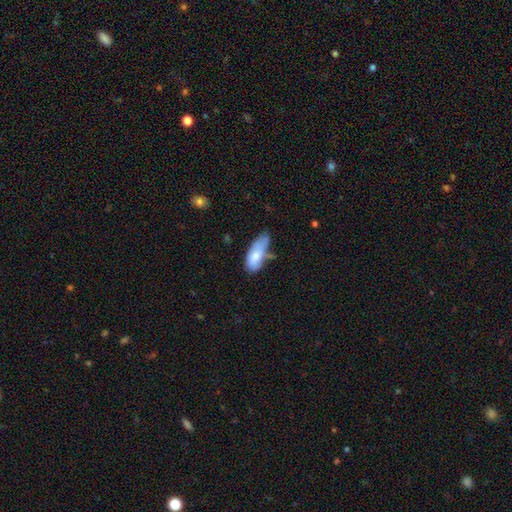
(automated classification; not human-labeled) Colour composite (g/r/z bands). It shows a smooth galaxy with no disk features (75%) that is in between round and cigar-shaped (83%). Merging: minor disturbance (37%).